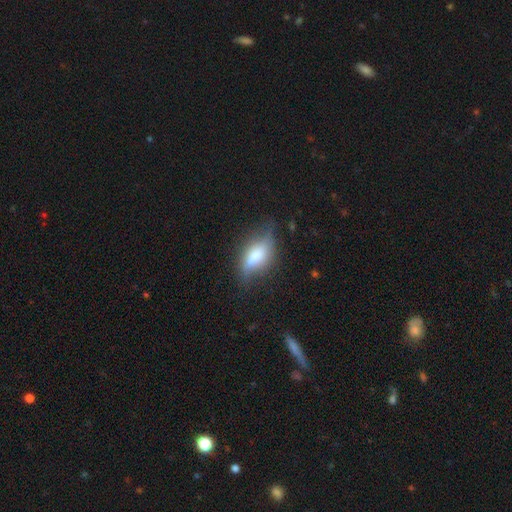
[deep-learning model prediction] A smooth galaxy with no disk features (52%) that is in between round and cigar-shaped (76%). Merging: none (56%).